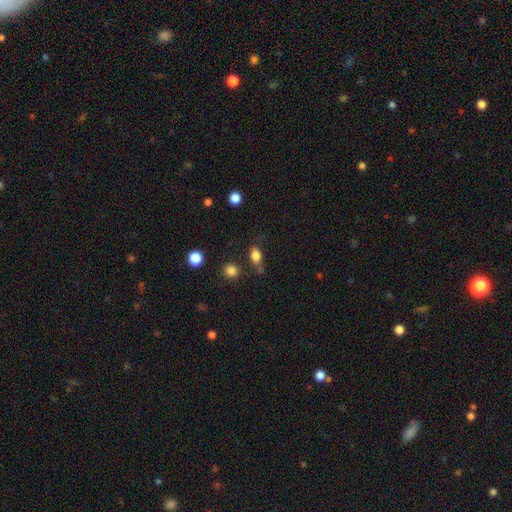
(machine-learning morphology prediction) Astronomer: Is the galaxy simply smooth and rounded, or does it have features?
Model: smooth — 82%.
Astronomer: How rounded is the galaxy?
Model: in between — 70%.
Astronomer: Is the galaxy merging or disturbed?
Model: none — 61%.